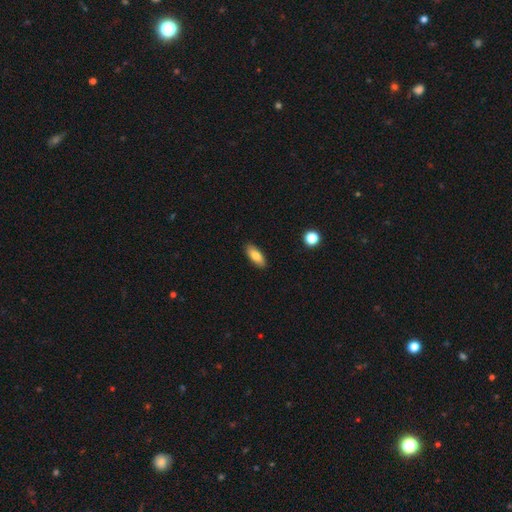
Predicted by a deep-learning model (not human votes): Smooth or featured: smooth — 79% (featured or disk — 14%)
How rounded: in between — 77% (cigar-shaped — 20%)
Merging: none — 88% (minor disturbance — 9%)